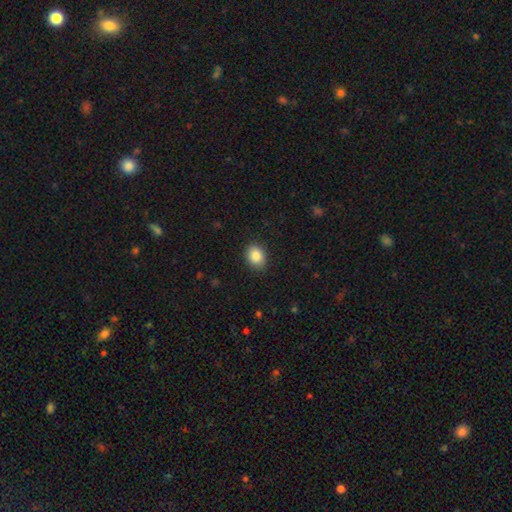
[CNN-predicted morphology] Smooth or featured: smooth — 87% (star or artifact — 8%)
How rounded: in between — 60% (round — 39%)
Merging: none — 89% (minor disturbance — 8%)